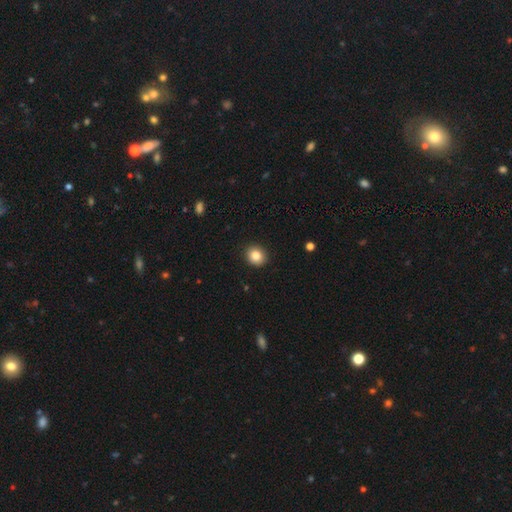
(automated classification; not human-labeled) Smooth or featured?
  - smooth: 84% *
  - star or artifact: 10%
  - featured or disk: 6%
How rounded?
  - round: 81% *
  - in between: 18%
  - cigar-shaped: 1%
Merging?
  - none: 91% *
  - minor disturbance: 6%
  - major disturbance: 2%
  - merger: 1%